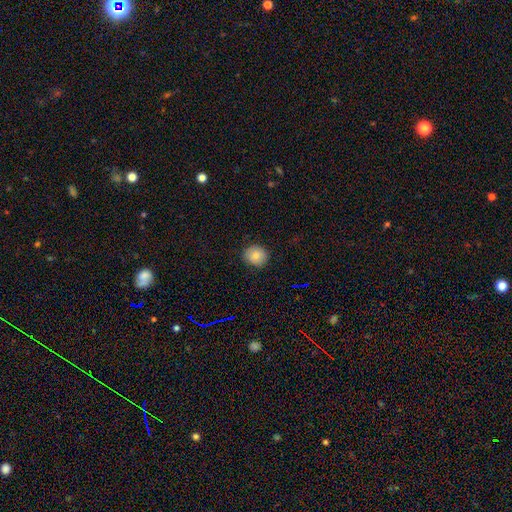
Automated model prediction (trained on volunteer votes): A smooth galaxy with no disk features (80%) that is round (84%). Merging: none (86%).